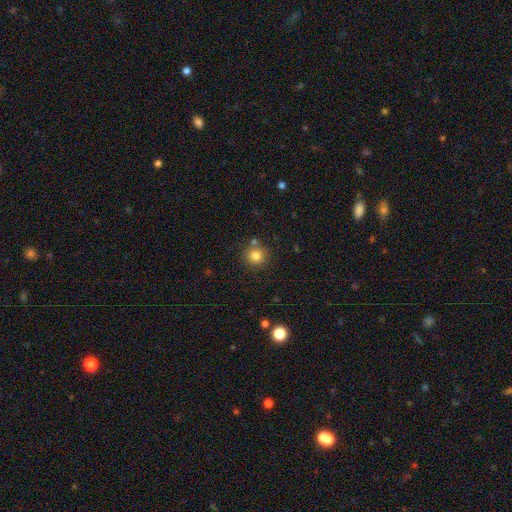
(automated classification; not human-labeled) This appears to be a smooth galaxy with no disk features (82%) that is round (93%). Merging: none (79%).